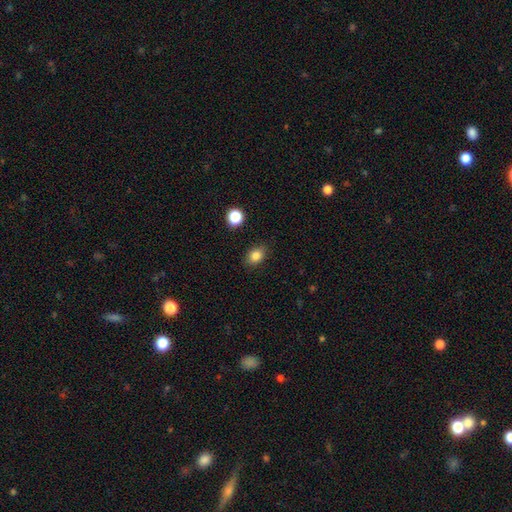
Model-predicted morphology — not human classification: Smooth or featured?
  - smooth: 83% *
  - star or artifact: 11%
  - featured or disk: 6%
How rounded?
  - in between: 68% *
  - round: 31%
  - cigar-shaped: 1%
Merging?
  - none: 85% *
  - minor disturbance: 11%
  - major disturbance: 3%
  - merger: 2%